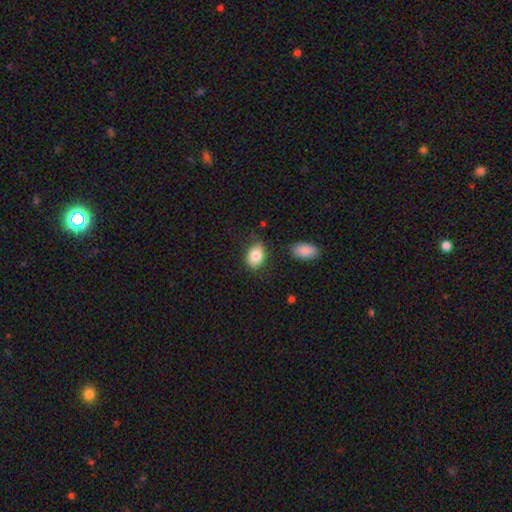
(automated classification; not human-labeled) Smooth or featured: smooth — 84% (featured or disk — 9%)
How rounded: in between — 75% (round — 23%)
Merging: none — 73% (minor disturbance — 19%)